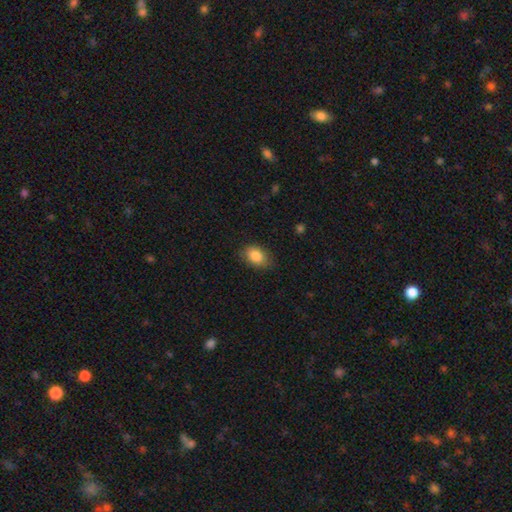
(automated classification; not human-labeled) A smooth galaxy with no disk features (85%) that is in between round and cigar-shaped (84%).

Vote fractions:
- Smooth or featured? smooth: 85% / featured or disk: 8% / star or artifact: 7%
- How rounded? in between: 84% / round: 14% / cigar-shaped: 1%
- Merging? none: 79% / minor disturbance: 17% / major disturbance: 3% / merger: 1%